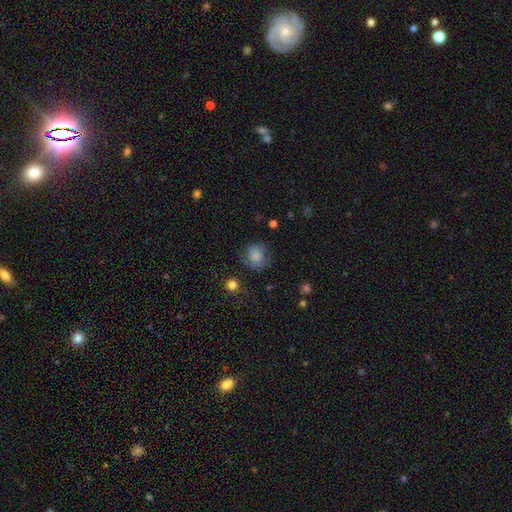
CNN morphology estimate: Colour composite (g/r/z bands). It shows a smooth galaxy with no disk features (75%) that is round (84%). Merging: none (70%).